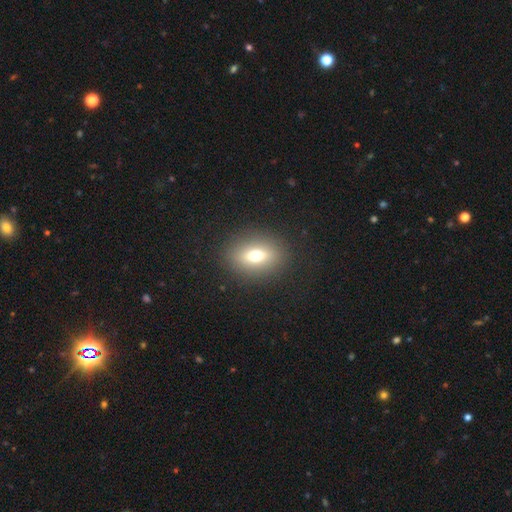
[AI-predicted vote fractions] Morphology: type=smooth (67%); roundness=in between (62%); merging=none (88%).